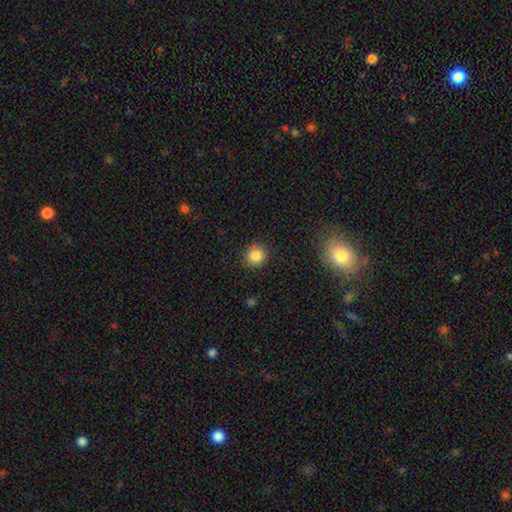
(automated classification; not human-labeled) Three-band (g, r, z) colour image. It shows a smooth galaxy with no disk features (85%) that is round (89%). Merging: none (88%).